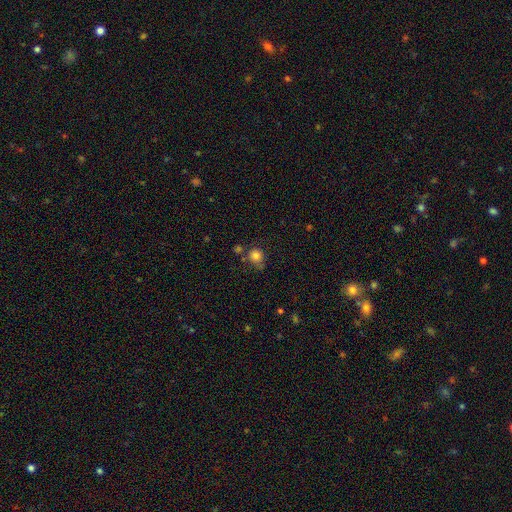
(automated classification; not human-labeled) smooth-or-featured: smooth: 82% | star or artifact: 11% | featured or disk: 7%
  how-rounded: round: 84% | in between: 15% | cigar-shaped: 1%
  merging: none: 62% | minor disturbance: 21% | merger: 10% | major disturbance: 7%